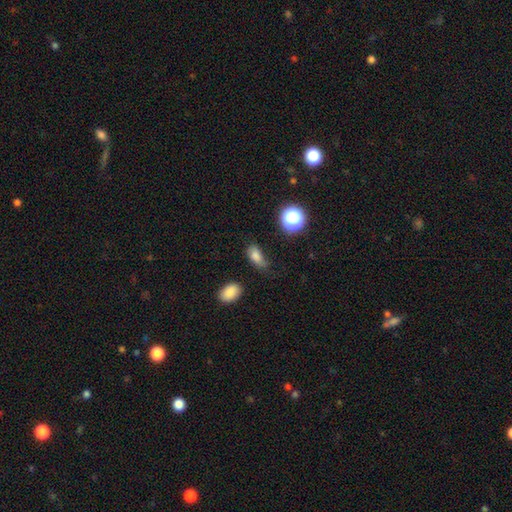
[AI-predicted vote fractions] Smooth or featured: smooth — 77% (star or artifact — 13%)
How rounded: in between — 84% (round — 11%)
Merging: none — 47% (minor disturbance — 34%)